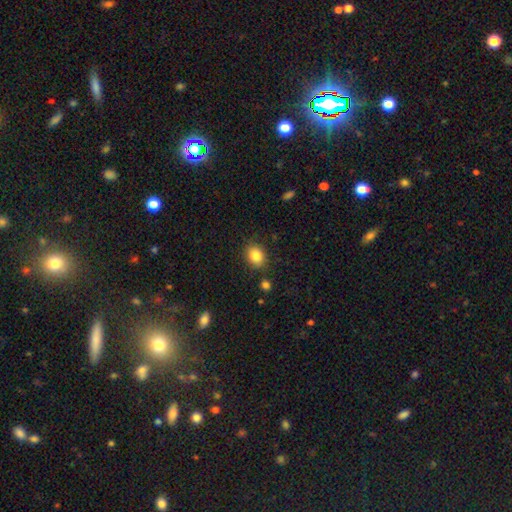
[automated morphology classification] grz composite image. It shows a smooth galaxy with no disk features (85%) that is in between round and cigar-shaped (57%). Merging: none (85%).